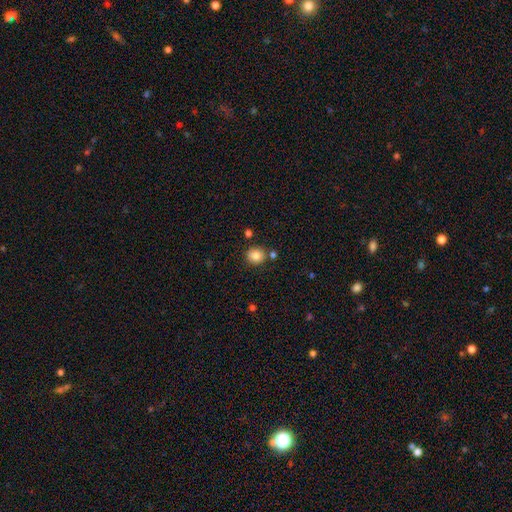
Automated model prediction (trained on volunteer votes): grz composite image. It shows a smooth galaxy with no disk features (84%) that is round (83%). Merging: none (80%).